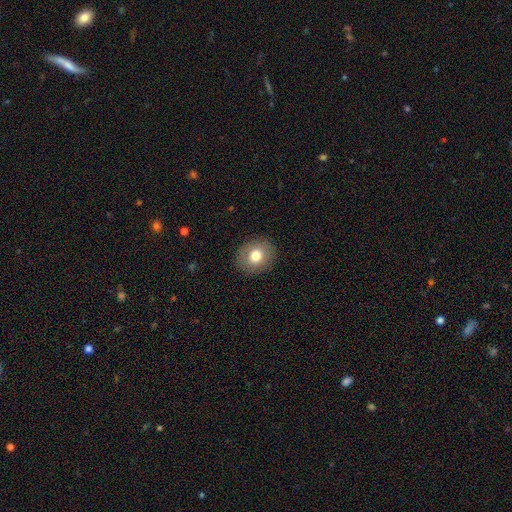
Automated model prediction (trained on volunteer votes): Smooth or featured?
  - smooth: 77% *
  - featured or disk: 14%
  - star or artifact: 10%
How rounded?
  - round: 71% *
  - in between: 28%
  - cigar-shaped: 1%
Merging?
  - none: 89% *
  - minor disturbance: 7%
  - major disturbance: 2%
  - merger: 1%